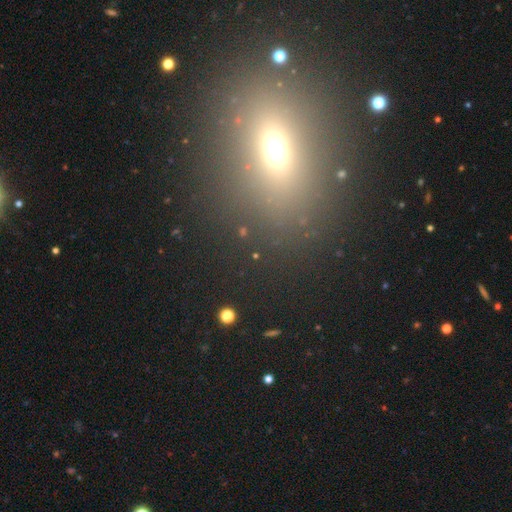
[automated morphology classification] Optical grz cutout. It shows a star or artifact, not a galaxy (49%).